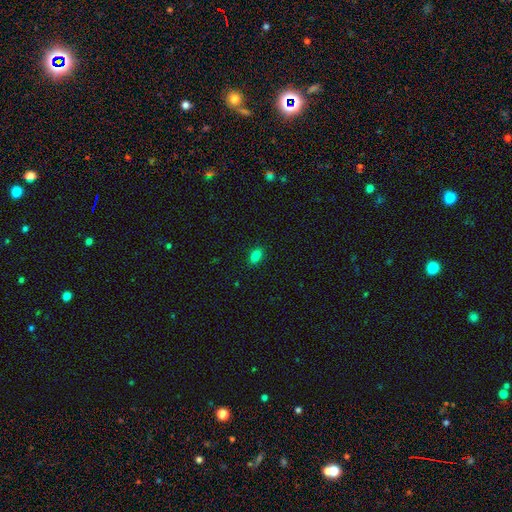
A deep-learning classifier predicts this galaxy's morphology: smooth_or_featured: smooth (p=0.83) [alt: star or artifact p=0.11]
how_rounded: in between (p=0.86) [alt: round p=0.11]
merging: none (p=0.89) [alt: minor disturbance p=0.08]